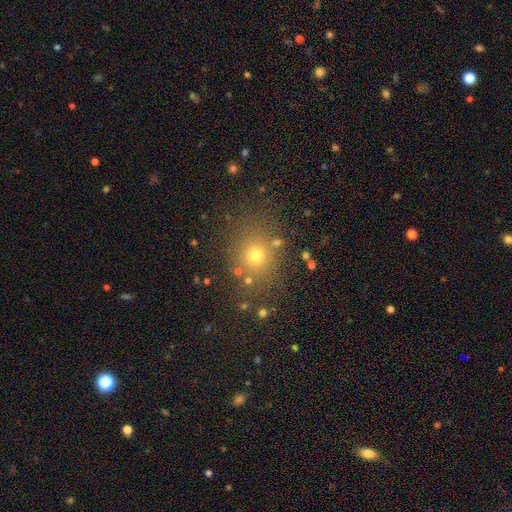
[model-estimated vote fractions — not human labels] This is likely a smooth galaxy (68%). How rounded: likely round (69%). Merging: clearly none (81%).